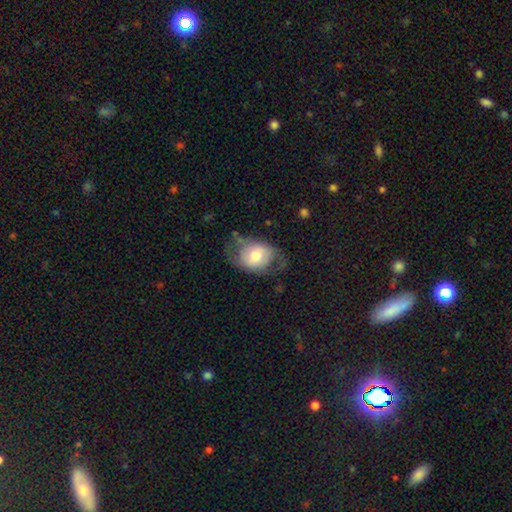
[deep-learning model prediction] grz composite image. It shows a smooth galaxy with no disk features (55%) that is in between round and cigar-shaped (61%). Merging: none (50%).